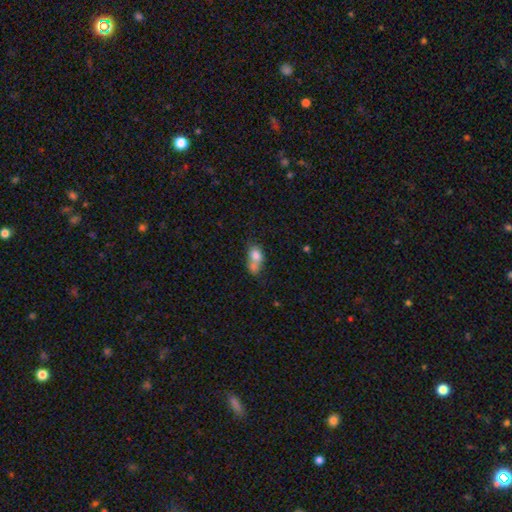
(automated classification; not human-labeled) Overall: smooth (74%). How rounded: in between (68%; round 29%). Merging: merger (57%; none 22%).